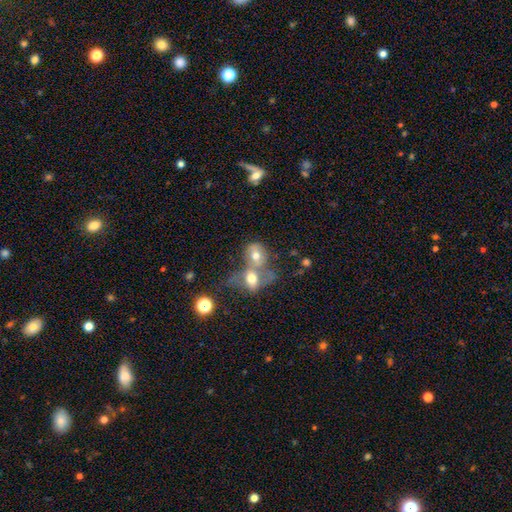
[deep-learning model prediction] Smooth or featured? smooth (61%)
How rounded? in between (52%)
Merging? merger (66%)